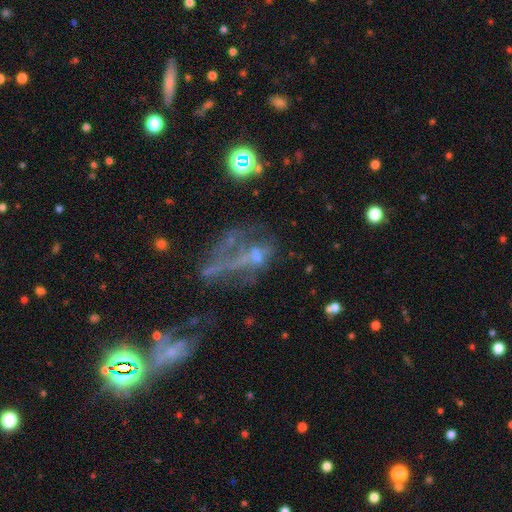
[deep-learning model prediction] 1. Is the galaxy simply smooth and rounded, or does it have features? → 54% featured or disk, 26% star or artifact, 20% smooth.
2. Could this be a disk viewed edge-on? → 95% no, 5% yes.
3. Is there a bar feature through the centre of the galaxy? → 82% no, 13% weak, 5% strong.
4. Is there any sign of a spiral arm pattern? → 77% no, 23% yes.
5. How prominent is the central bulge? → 64% none, 21% small, 11% moderate, 2% large, 2% dominant.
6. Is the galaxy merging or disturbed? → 42% major disturbance, 28% none, 16% merger, 14% minor disturbance.